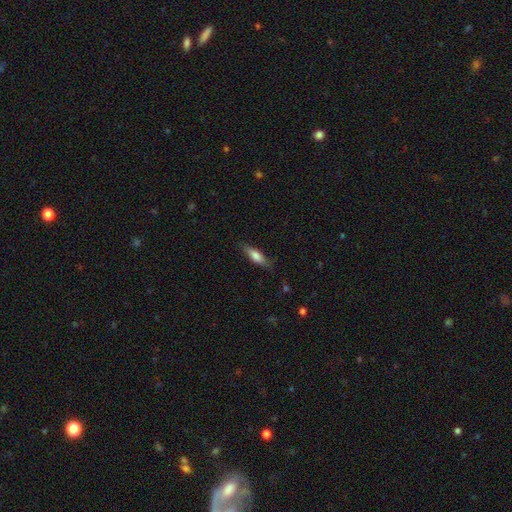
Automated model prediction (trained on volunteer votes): Smooth or featured? smooth (68%)
How rounded? cigar-shaped (55%)
Merging? none (80%)